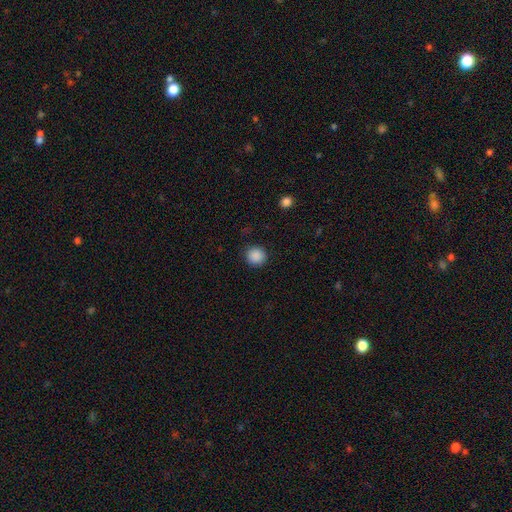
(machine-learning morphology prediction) Overall: smooth (89%). How rounded: round (92%). Merging: none (89%).